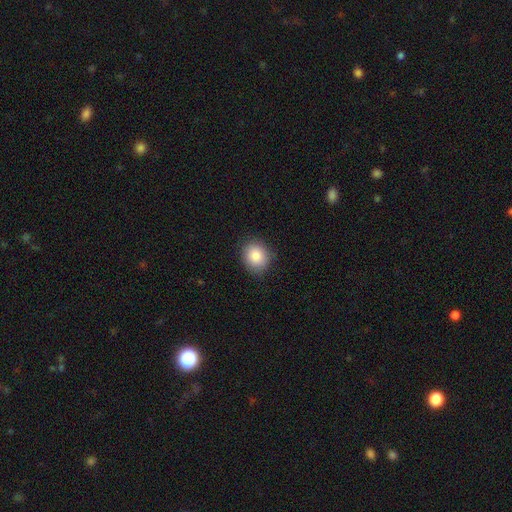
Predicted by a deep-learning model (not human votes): This is clearly a smooth galaxy (84%). How rounded: likely round (65%). Merging: clearly none (86%).